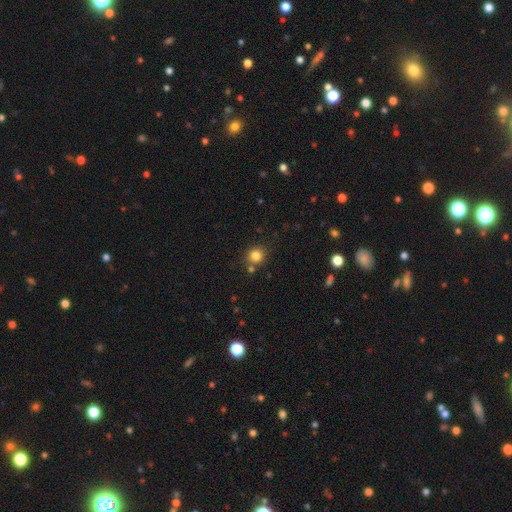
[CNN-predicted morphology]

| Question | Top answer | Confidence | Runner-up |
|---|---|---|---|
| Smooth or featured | smooth | 82% | star or artifact (12%) |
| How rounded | round | 87% | in between (12%) |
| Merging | none | 76% | merger (11%) |